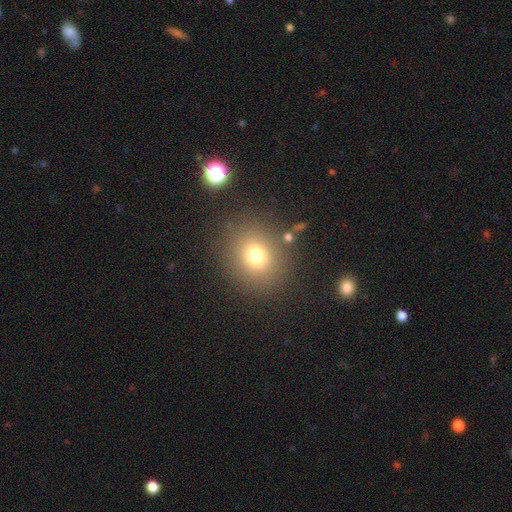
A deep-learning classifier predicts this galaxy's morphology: smooth 74%, star or artifact 16%, featured or disk 10%. Down the decision tree: how rounded — round (75%); merging — none (83%).